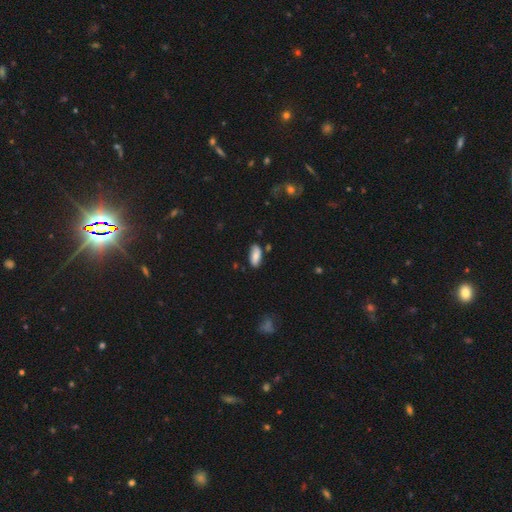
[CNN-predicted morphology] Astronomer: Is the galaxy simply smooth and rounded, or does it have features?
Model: smooth — 81%.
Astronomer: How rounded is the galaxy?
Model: in between — 87%.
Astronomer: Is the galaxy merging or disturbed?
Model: none — 79%.